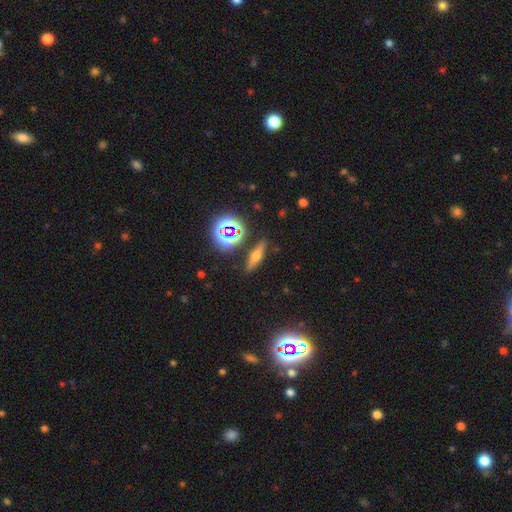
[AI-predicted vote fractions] Smooth or featured: smooth — 46% (featured or disk — 31%)
Merging: none — 84% (minor disturbance — 10%)